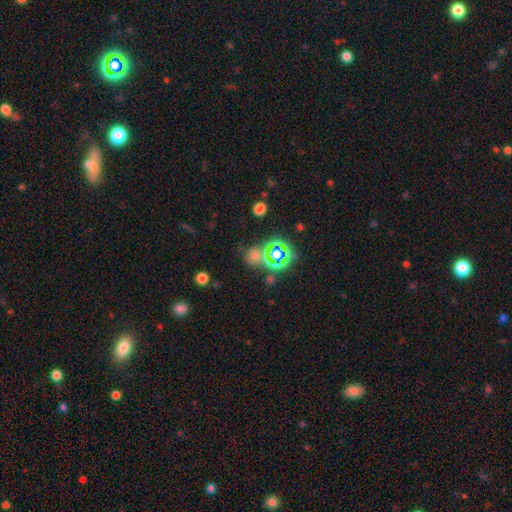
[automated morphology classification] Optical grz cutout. It shows a star or artifact, not a galaxy (55%).